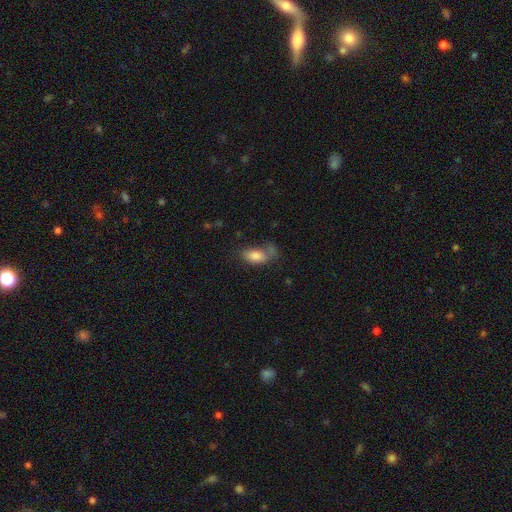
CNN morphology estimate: Smooth or featured: smooth — 80% (featured or disk — 12%)
How rounded: in between — 89% (cigar-shaped — 6%)
Merging: none — 42% (minor disturbance — 25%)